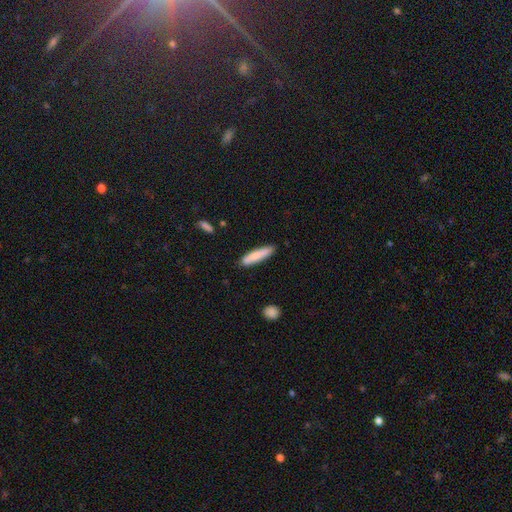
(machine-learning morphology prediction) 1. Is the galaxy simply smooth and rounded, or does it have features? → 78% smooth, 16% featured or disk, 6% star or artifact.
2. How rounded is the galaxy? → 85% cigar-shaped, 14% in between, 1% round.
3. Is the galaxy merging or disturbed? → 82% none, 13% minor disturbance, 3% merger, 2% major disturbance.